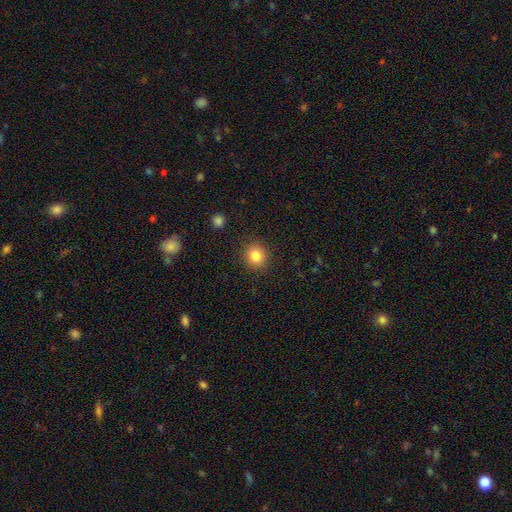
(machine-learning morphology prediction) Smooth or featured?
  - smooth: 83% *
  - star or artifact: 11%
  - featured or disk: 6%
How rounded?
  - round: 88% *
  - in between: 11%
  - cigar-shaped: 1%
Merging?
  - none: 90% *
  - minor disturbance: 7%
  - major disturbance: 2%
  - merger: 1%